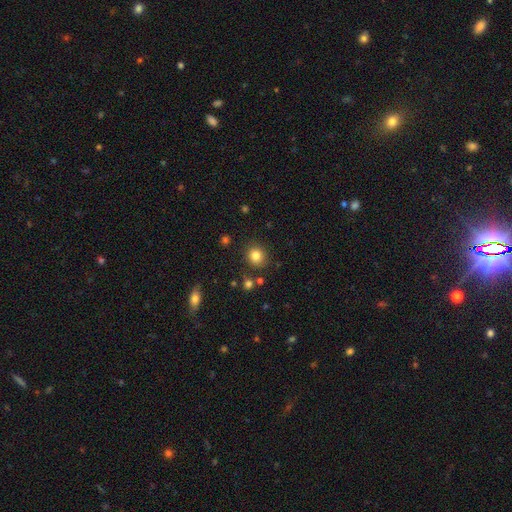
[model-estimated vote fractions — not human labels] Smooth or featured: smooth — 83% (star or artifact — 12%)
How rounded: round — 86% (in between — 14%)
Merging: none — 85% (minor disturbance — 9%)